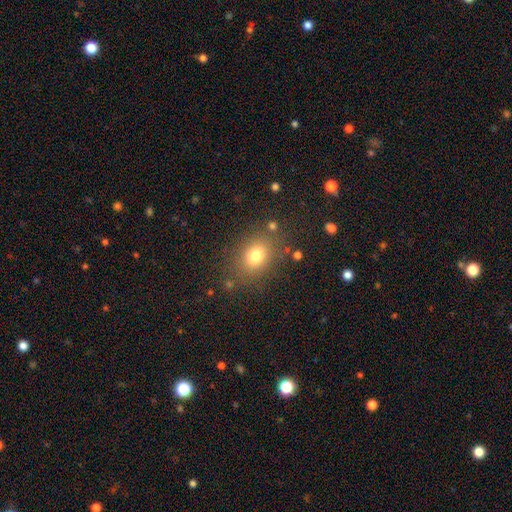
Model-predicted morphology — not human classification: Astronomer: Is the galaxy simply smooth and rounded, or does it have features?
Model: smooth — 76%.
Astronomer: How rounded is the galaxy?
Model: in between — 55% (runner-up: round, 44%).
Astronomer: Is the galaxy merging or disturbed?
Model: none — 79%.